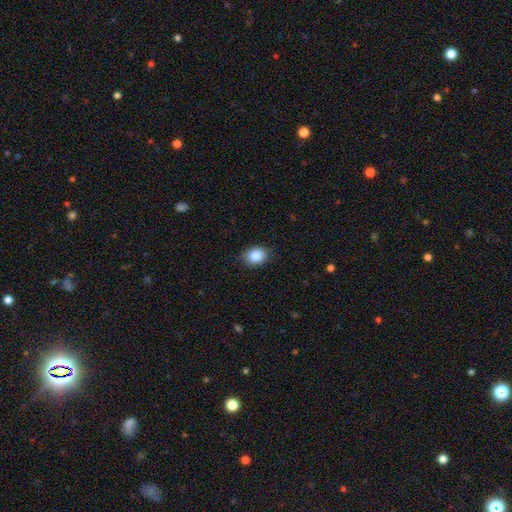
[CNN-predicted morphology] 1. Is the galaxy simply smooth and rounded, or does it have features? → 87% smooth, 8% star or artifact, 5% featured or disk.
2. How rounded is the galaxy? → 60% in between, 39% round, 1% cigar-shaped.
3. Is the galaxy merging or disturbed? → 85% none, 12% minor disturbance, 2% major disturbance, 1% merger.